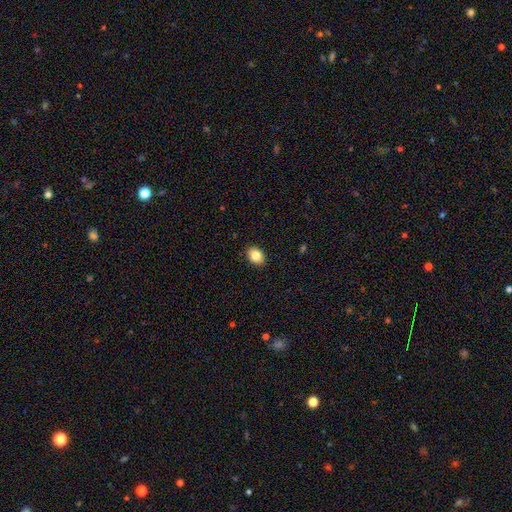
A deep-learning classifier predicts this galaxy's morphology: smooth_or_featured: smooth (p=0.85) [alt: star or artifact p=0.09]
how_rounded: in between (p=0.67) [alt: round p=0.32]
merging: none (p=0.90) [alt: minor disturbance p=0.07]